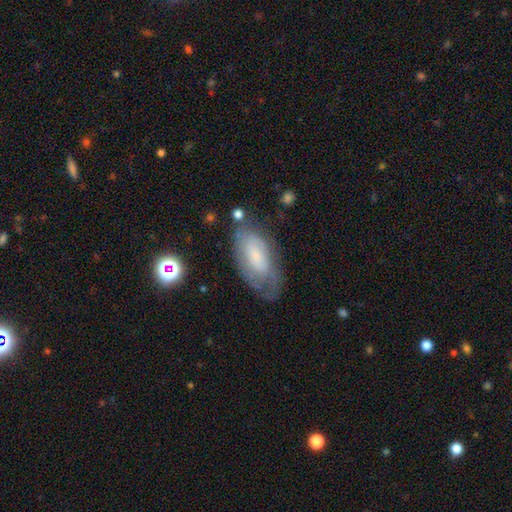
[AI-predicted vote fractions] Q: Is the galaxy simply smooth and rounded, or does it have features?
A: smooth — 47%.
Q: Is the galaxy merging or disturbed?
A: none — 56%.